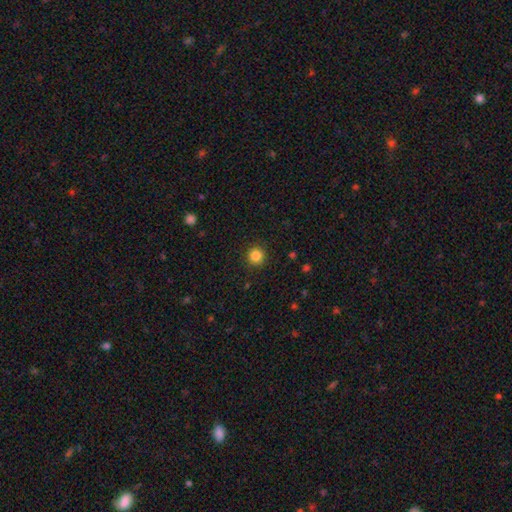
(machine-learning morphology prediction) smooth 85%, star or artifact 11%, featured or disk 4%. Down the decision tree: how rounded — round (94%); merging — none (92%).